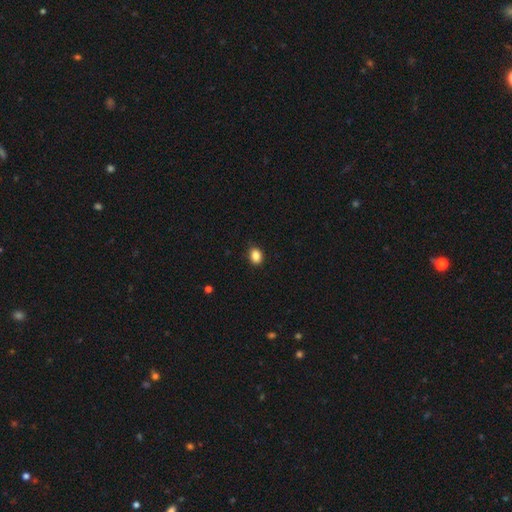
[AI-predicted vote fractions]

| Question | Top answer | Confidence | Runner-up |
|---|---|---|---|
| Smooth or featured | smooth | 87% | star or artifact (9%) |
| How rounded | in between | 63% | round (36%) |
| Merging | none | 86% | minor disturbance (11%) |